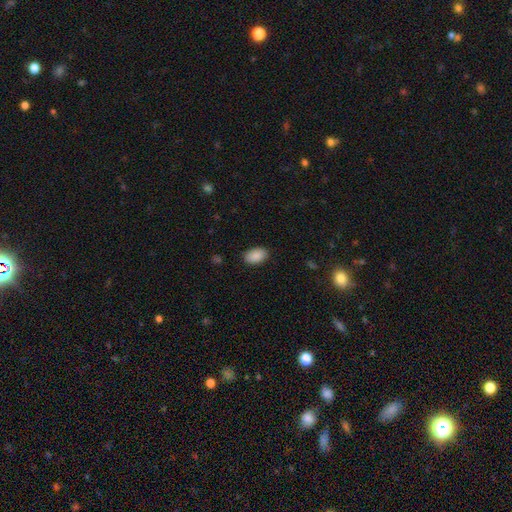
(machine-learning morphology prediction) Smooth or featured?
  - smooth: 89% *
  - star or artifact: 7%
  - featured or disk: 4%
How rounded?
  - in between: 92% *
  - round: 6%
  - cigar-shaped: 1%
Merging?
  - none: 88% *
  - minor disturbance: 9%
  - major disturbance: 2%
  - merger: 1%